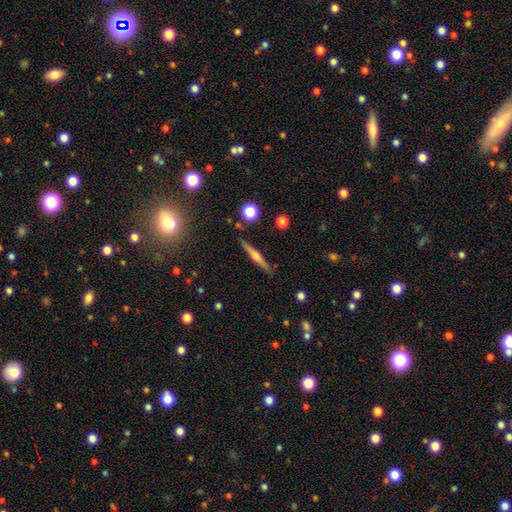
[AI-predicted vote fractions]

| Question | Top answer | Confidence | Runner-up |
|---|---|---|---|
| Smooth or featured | featured or disk | 66% | smooth (26%) |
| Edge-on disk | yes | 98% | no (2%) |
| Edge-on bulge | rounded | 87% | none (7%) |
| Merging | none | 87% | minor disturbance (9%) |